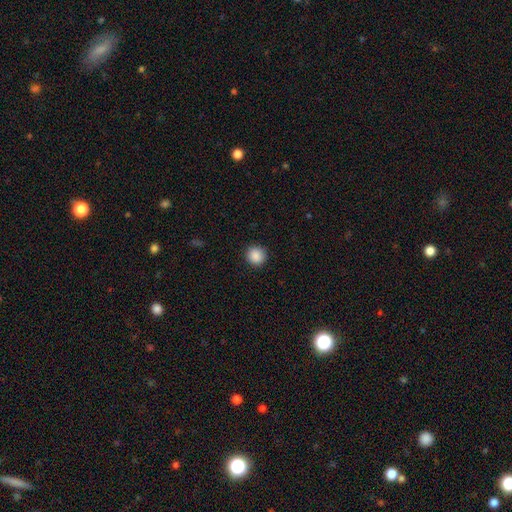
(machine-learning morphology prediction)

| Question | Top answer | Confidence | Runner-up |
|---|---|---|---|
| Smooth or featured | smooth | 89% | star or artifact (9%) |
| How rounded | round | 93% | in between (6%) |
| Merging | none | 91% | minor disturbance (6%) |